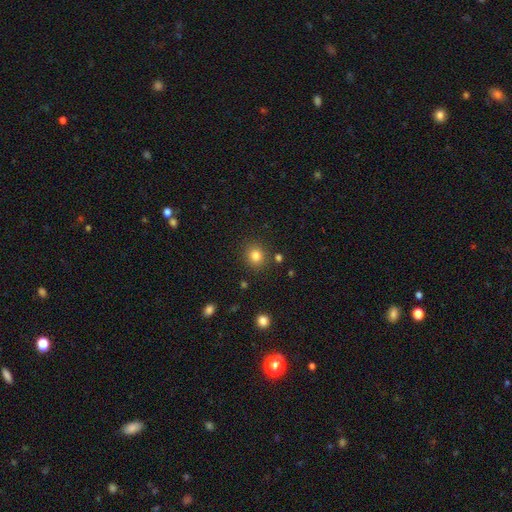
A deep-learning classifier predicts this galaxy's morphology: type=smooth (82%); roundness=round (86%); merging=none (87%).